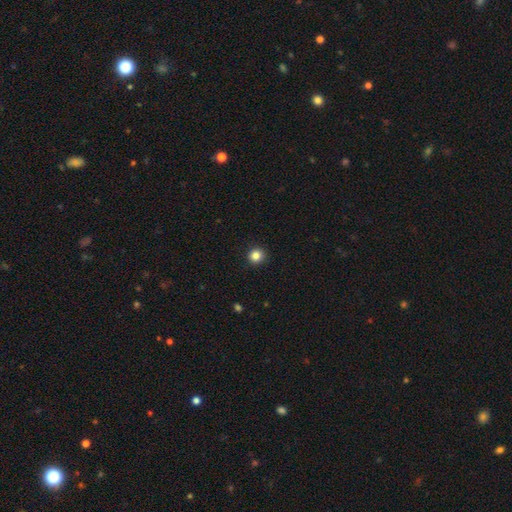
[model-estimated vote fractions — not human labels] A smooth galaxy with no disk features (84%) that is round (94%).

Vote fractions:
- Smooth or featured? smooth: 84% / star or artifact: 11% / featured or disk: 4%
- How rounded? round: 94% / in between: 5% / cigar-shaped: 1%
- Merging? none: 92% / minor disturbance: 5% / major disturbance: 2% / merger: 1%